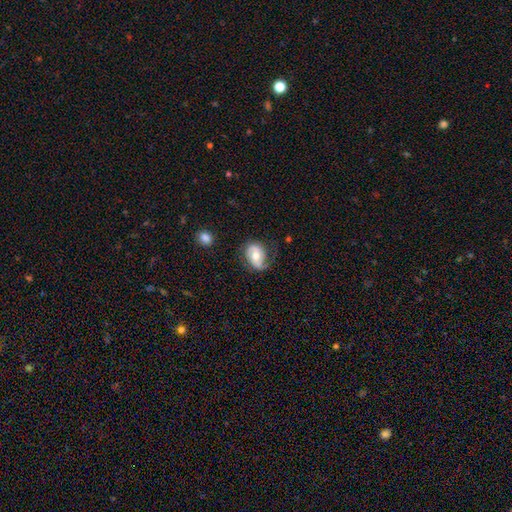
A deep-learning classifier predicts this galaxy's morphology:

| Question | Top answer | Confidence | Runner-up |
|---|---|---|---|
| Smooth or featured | featured or disk | 59% | smooth (34%) |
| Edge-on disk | no | 96% | yes (4%) |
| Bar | no | 53% | weak (32%) |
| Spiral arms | yes | 82% | no (18%) |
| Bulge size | moderate | 71% | small (20%) |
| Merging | none | 61% | minor disturbance (25%) |